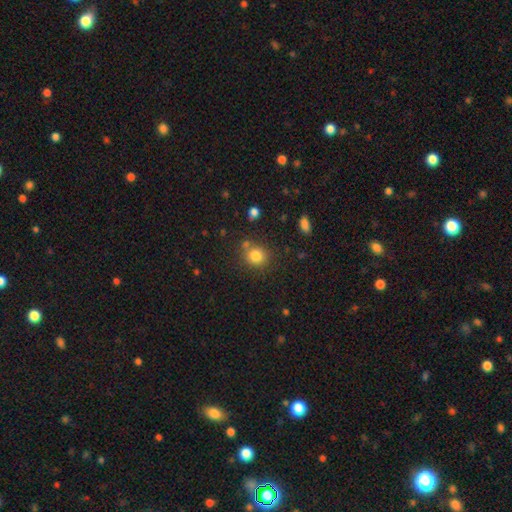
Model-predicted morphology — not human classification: A smooth galaxy with no disk features (81%) that is round (81%). Merging: none (74%).